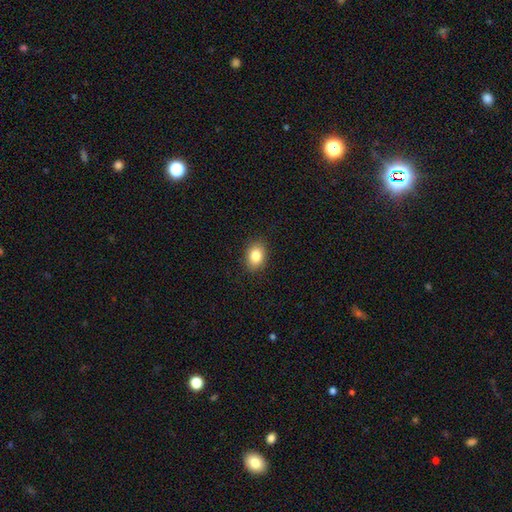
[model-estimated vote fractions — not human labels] smooth_or_featured: smooth (p=0.84) [alt: star or artifact p=0.09]
how_rounded: in between (p=0.70) [alt: round p=0.28]
merging: none (p=0.88) [alt: minor disturbance p=0.09]